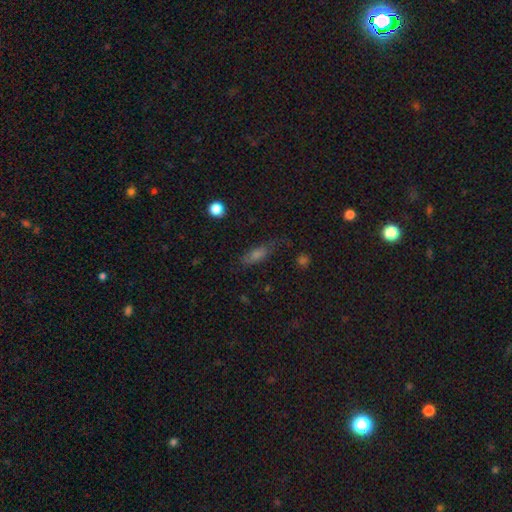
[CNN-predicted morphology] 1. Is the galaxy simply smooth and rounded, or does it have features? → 55% smooth, 24% featured or disk, 20% star or artifact.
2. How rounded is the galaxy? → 49% in between, 45% cigar-shaped, 6% round.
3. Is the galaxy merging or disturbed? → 70% none, 20% minor disturbance, 8% major disturbance, 2% merger.